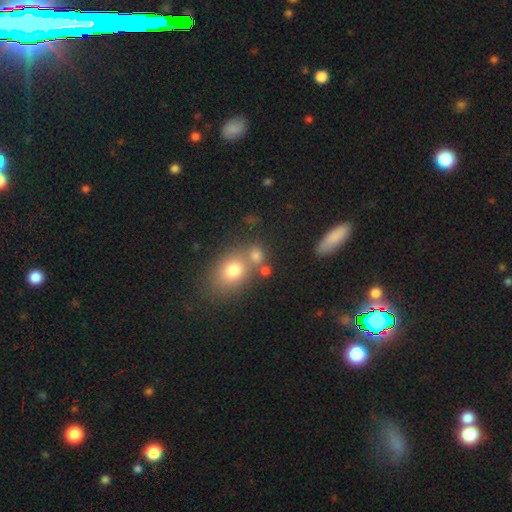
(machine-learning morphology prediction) This is likely a smooth galaxy (74%). How rounded: possibly round (55%). Merging: possibly none (52%).